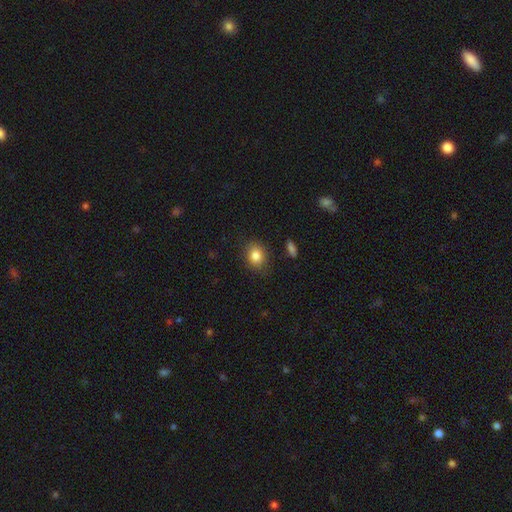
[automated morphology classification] Smooth or featured: smooth — 84% (star or artifact — 9%)
How rounded: round — 54% (in between — 45%)
Merging: none — 83% (minor disturbance — 12%)